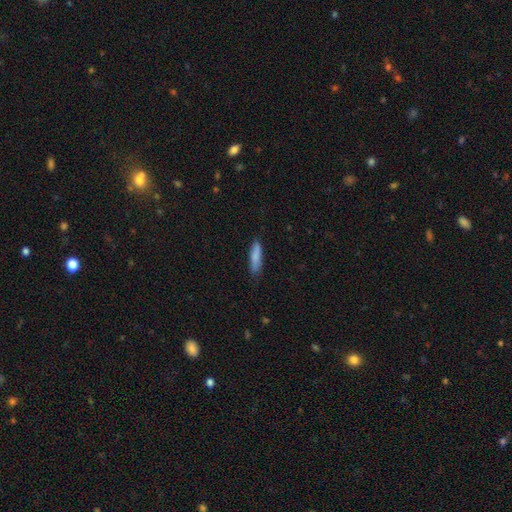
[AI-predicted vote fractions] smooth-or-featured: smooth: 83% | featured or disk: 11% | star or artifact: 6%
  how-rounded: cigar-shaped: 76% | in between: 22% | round: 1%
  merging: none: 80% | minor disturbance: 16% | major disturbance: 3% | merger: 1%